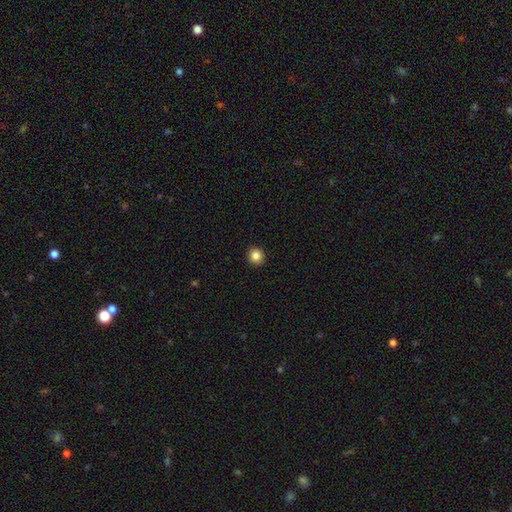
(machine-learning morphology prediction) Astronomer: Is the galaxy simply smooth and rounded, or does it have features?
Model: smooth — 86%.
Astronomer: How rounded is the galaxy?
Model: round — 89%.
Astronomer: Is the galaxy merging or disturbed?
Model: none — 93%.